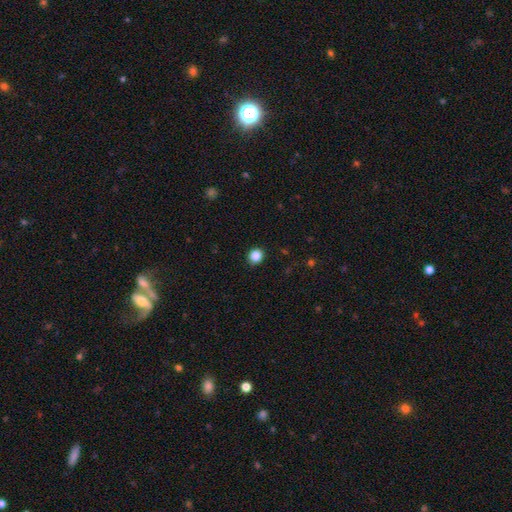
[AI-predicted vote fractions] smooth 86%, star or artifact 11%, featured or disk 3%. Down the decision tree: how rounded — round (87%); merging — none (92%).